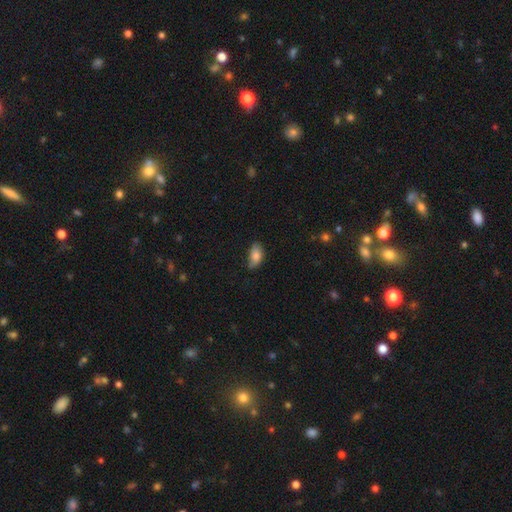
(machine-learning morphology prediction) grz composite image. It shows a smooth galaxy with no disk features (82%) that is in between round and cigar-shaped (92%). Merging: none (64%).